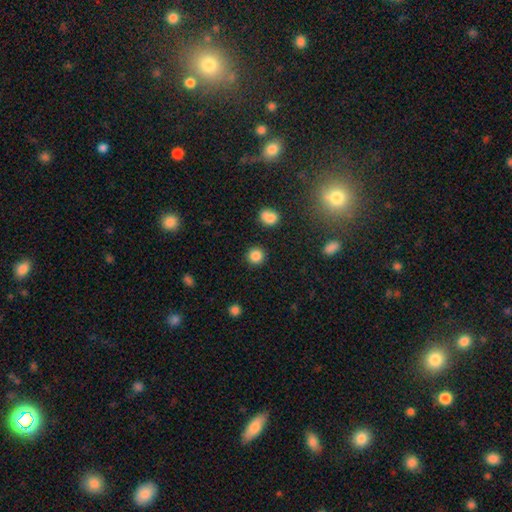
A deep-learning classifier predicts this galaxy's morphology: Smooth or featured: smooth — 86% (star or artifact — 11%)
How rounded: round — 93% (in between — 6%)
Merging: none — 91% (minor disturbance — 5%)